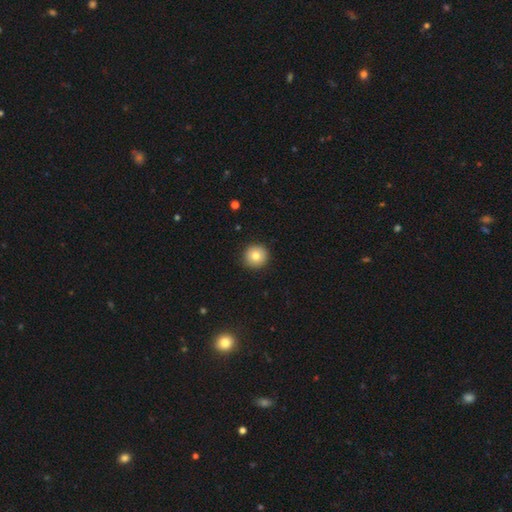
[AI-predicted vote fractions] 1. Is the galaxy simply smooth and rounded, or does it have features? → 81% smooth, 10% featured or disk, 9% star or artifact.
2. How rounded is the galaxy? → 94% round, 5% in between, 1% cigar-shaped.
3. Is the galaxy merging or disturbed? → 91% none, 6% minor disturbance, 2% major disturbance, 1% merger.